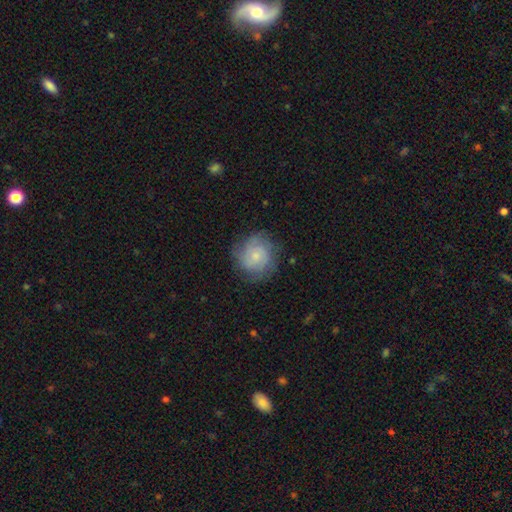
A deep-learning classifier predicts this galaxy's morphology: type=featured or disk (48%); merging=none (75%).